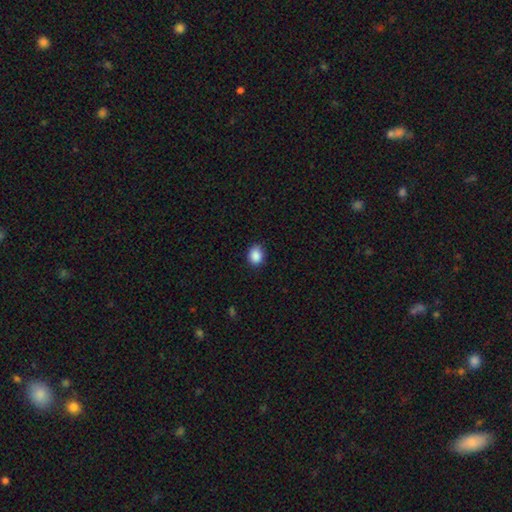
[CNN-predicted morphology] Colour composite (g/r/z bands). It shows a smooth galaxy with no disk features (89%) that is round (50%). Merging: none (86%).